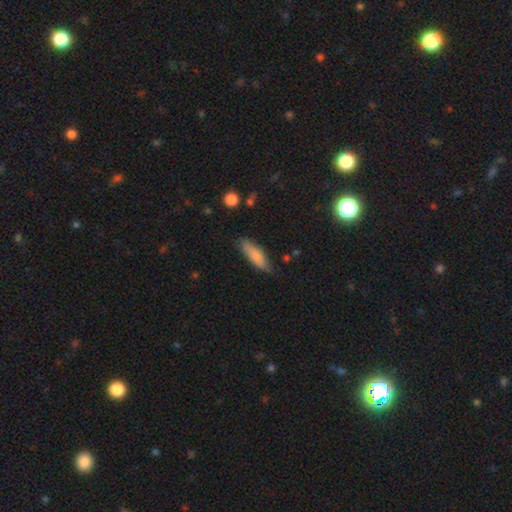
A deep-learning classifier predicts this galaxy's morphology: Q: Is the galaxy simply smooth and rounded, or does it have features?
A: smooth — 81%.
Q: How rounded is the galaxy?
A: cigar-shaped — 51%.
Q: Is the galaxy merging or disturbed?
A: none — 75%.